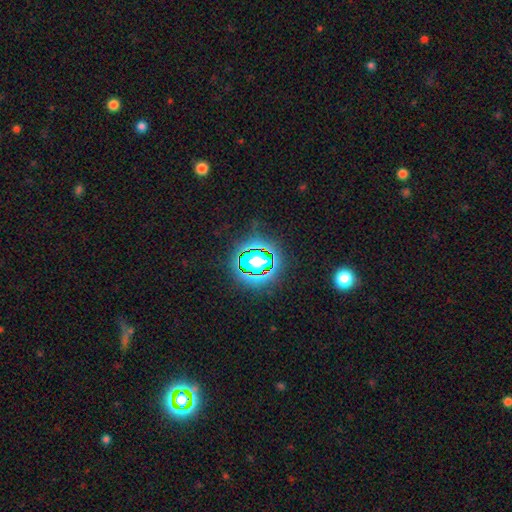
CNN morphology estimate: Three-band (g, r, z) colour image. It shows a star or artifact, not a galaxy (79%).